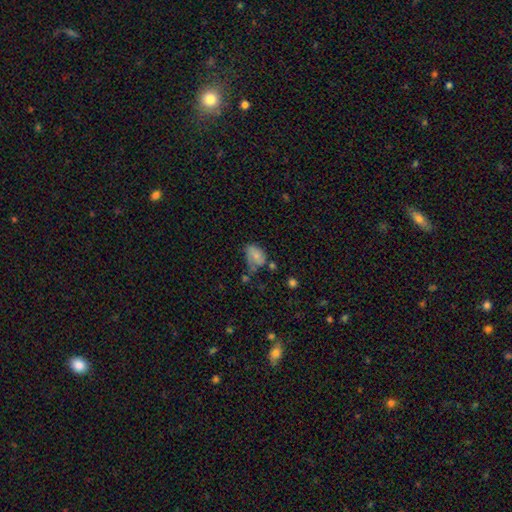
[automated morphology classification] This appears to be a smooth galaxy with no disk features (69%) that is in between round and cigar-shaped (84%). Merging: none (36%).